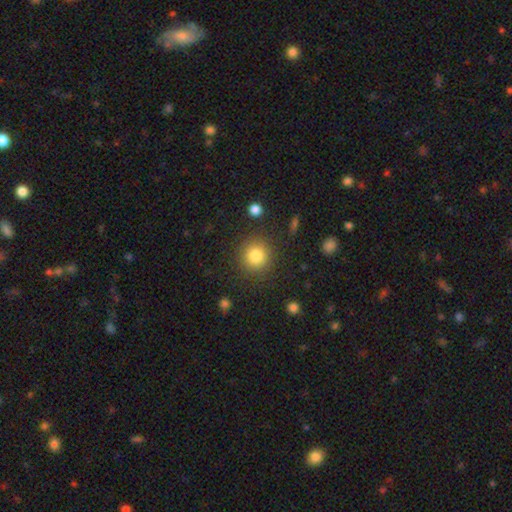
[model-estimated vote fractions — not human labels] Smooth or featured: smooth — 83% (star or artifact — 10%)
How rounded: round — 92% (in between — 7%)
Merging: none — 88% (minor disturbance — 7%)